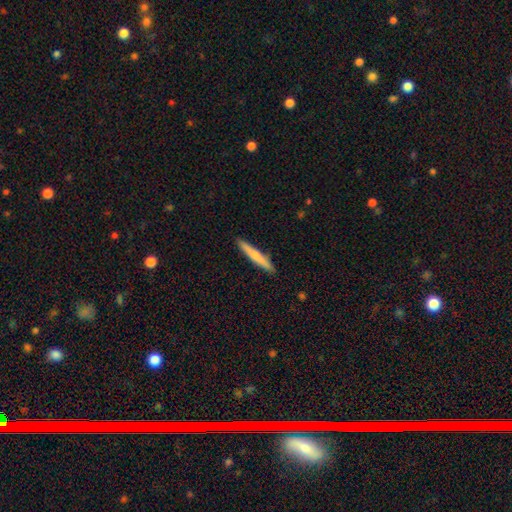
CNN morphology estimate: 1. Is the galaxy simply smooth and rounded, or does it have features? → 70% smooth, 25% featured or disk, 5% star or artifact.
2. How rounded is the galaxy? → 95% cigar-shaped, 4% in between, 1% round.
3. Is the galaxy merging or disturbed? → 91% none, 7% minor disturbance, 1% major disturbance, 1% merger.